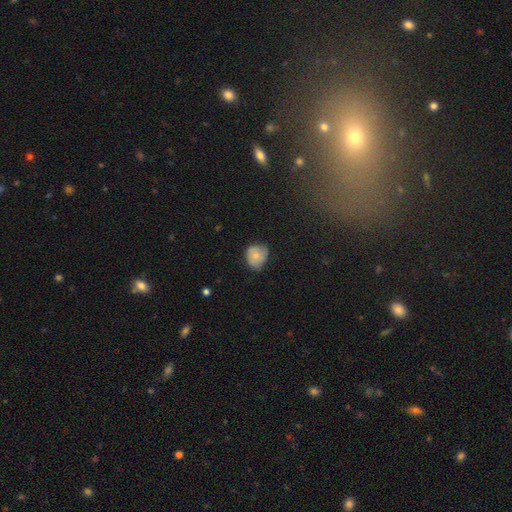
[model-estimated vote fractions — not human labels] Smooth or featured: smooth — 69% (featured or disk — 22%)
How rounded: round — 68% (in between — 31%)
Merging: none — 53% (minor disturbance — 38%)